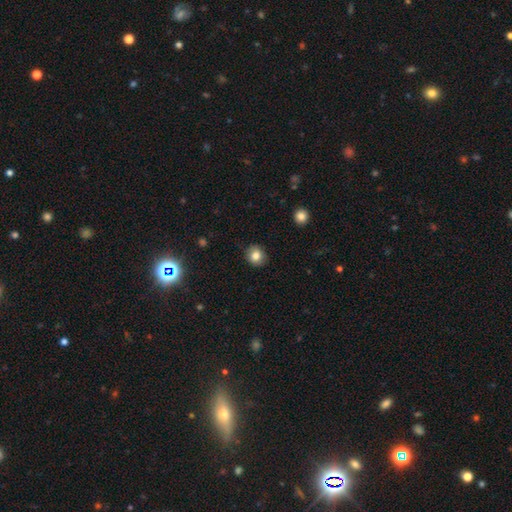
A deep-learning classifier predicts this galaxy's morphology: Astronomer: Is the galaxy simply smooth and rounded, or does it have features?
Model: smooth — 82%.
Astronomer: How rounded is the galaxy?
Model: round — 82%.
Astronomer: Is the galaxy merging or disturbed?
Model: none — 89%.